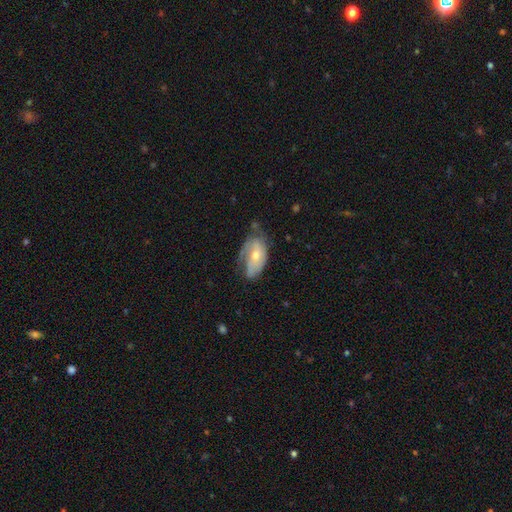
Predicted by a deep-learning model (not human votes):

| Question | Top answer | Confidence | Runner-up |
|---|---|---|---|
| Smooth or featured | featured or disk | 53% | smooth (41%) |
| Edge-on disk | no | 92% | yes (8%) |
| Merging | none | 42% | minor disturbance (35%) |